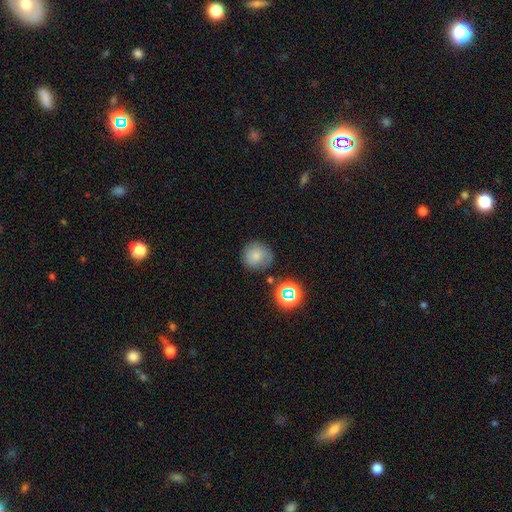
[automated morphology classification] Smooth or featured: smooth — 72% (featured or disk — 14%)
How rounded: round — 90% (in between — 10%)
Merging: none — 71% (minor disturbance — 18%)